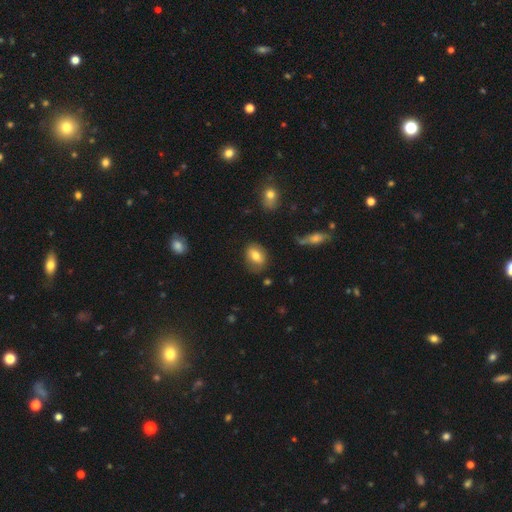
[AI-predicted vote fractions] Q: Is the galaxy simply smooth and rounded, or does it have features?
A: smooth — 75%.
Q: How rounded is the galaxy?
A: in between — 76%.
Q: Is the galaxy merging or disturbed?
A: none — 77%.